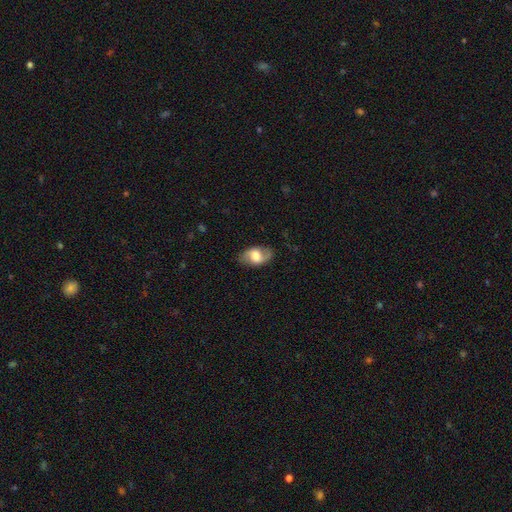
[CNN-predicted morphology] Q: Smooth or featured?
A: smooth (50%); runner-up: featured or disk (43%)
Q: Merging?
A: none (75%); runner-up: minor disturbance (18%)